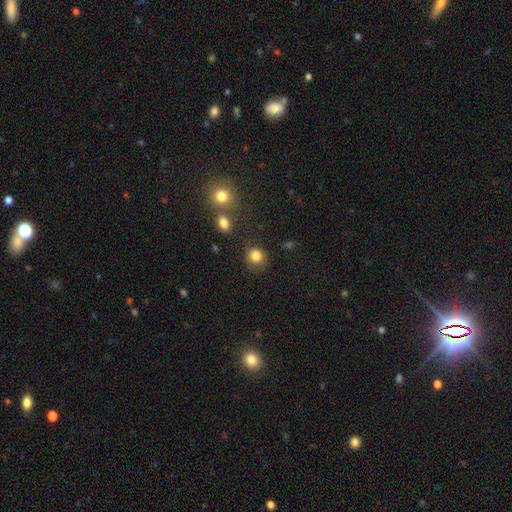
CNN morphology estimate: smooth_or_featured: smooth (p=0.84) [alt: star or artifact p=0.11]
how_rounded: round (p=0.83) [alt: in between p=0.16]
merging: none (p=0.77) [alt: minor disturbance p=0.14]